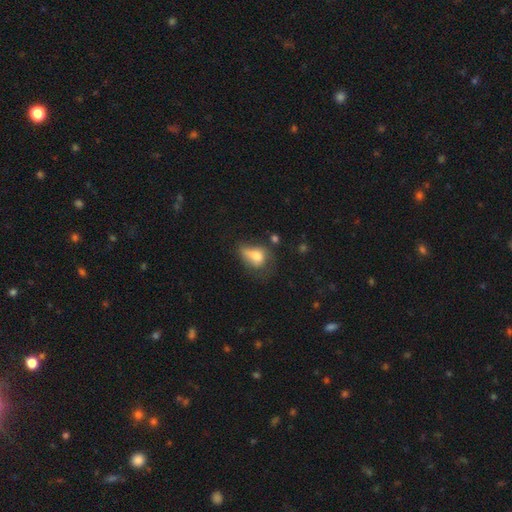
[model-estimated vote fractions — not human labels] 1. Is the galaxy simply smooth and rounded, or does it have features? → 68% smooth, 21% featured or disk, 11% star or artifact.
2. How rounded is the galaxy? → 76% in between, 20% round, 4% cigar-shaped.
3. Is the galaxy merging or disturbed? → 32% major disturbance, 30% minor disturbance, 26% none, 12% merger.